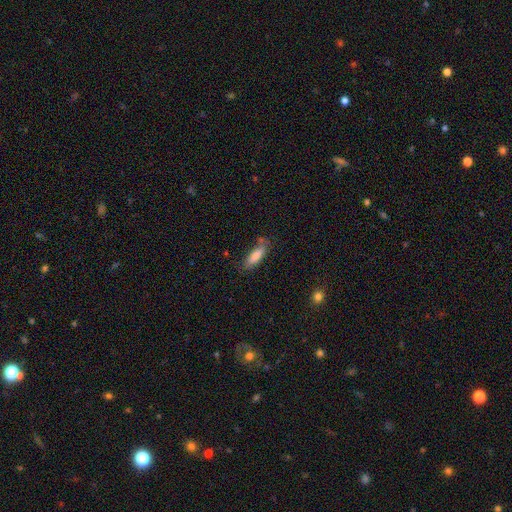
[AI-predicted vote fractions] smooth_or_featured: smooth (p=0.79) [alt: featured or disk p=0.14]
how_rounded: cigar-shaped (p=0.54) [alt: in between p=0.45]
merging: none (p=0.69) [alt: minor disturbance p=0.20]